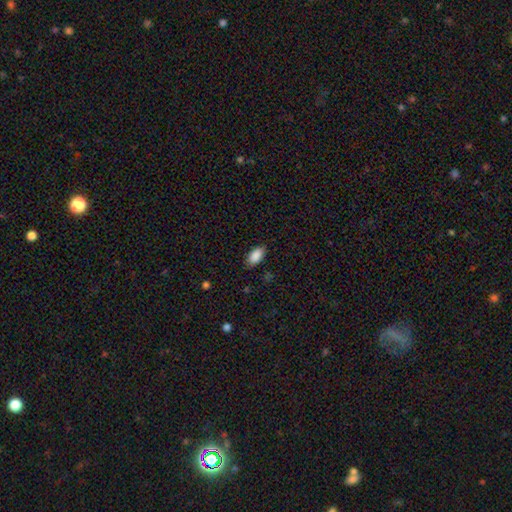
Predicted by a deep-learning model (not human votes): Smooth or featured? smooth (89%)
How rounded? in between (93%)
Merging? none (85%)